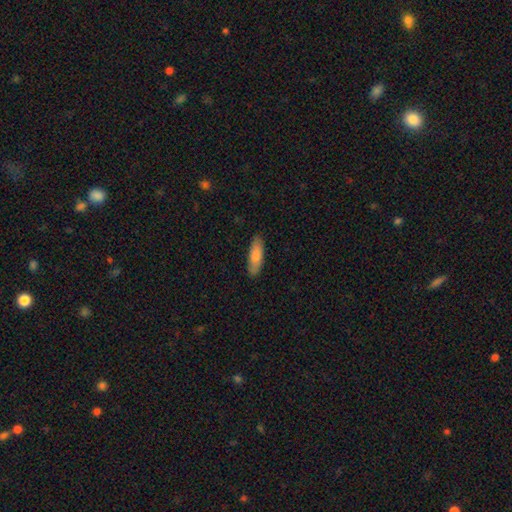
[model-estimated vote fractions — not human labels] smooth-or-featured: smooth: 80% | featured or disk: 14% | star or artifact: 5%
  how-rounded: in between: 59% | cigar-shaped: 40% | round: 2%
  merging: none: 87% | minor disturbance: 10% | major disturbance: 2% | merger: 1%